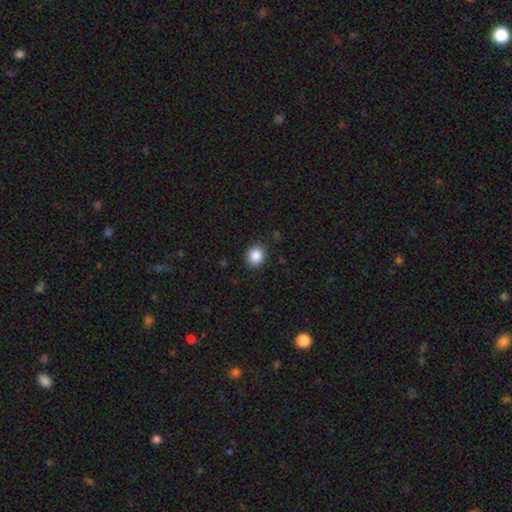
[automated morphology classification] Q: Smooth or featured?
A: smooth (87%); runner-up: star or artifact (9%)
Q: How rounded?
A: round (62%); runner-up: in between (37%)
Q: Merging?
A: none (89%); runner-up: minor disturbance (8%)